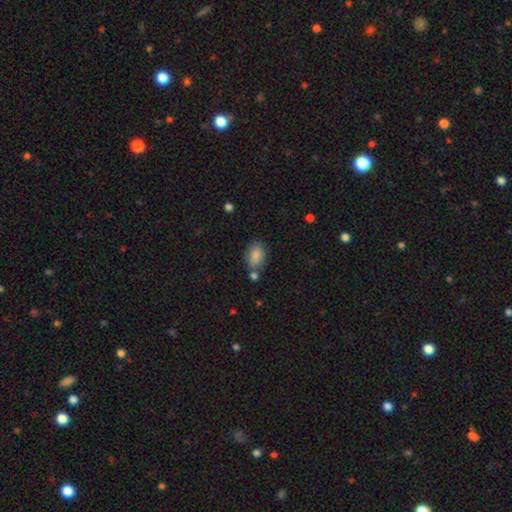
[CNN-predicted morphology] Smooth or featured? Predicted: smooth (p=0.86). How rounded? Predicted: in between (p=0.85). Merging? Predicted: none (p=0.70).